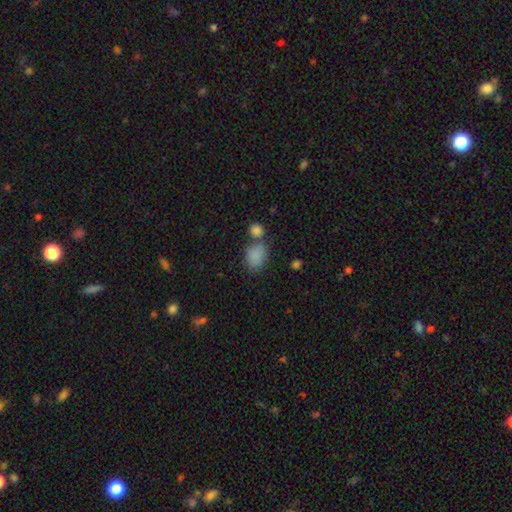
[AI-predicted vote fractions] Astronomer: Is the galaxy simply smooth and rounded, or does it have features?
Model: smooth — 84%.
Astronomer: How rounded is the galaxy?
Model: in between — 73%.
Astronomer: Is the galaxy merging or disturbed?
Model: none — 55%.